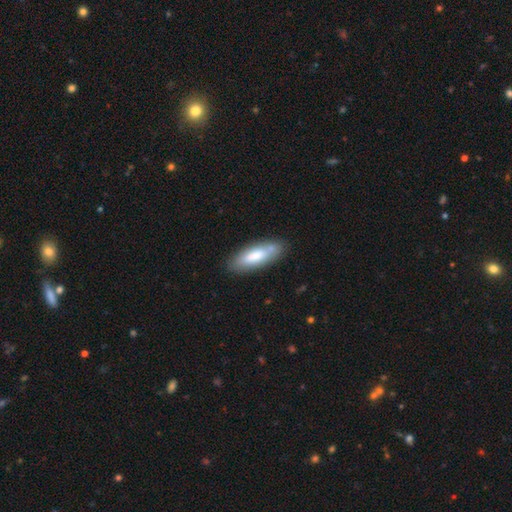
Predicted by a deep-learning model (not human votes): A smooth galaxy with no disk features (77%) that is in between round and cigar-shaped (61%). Merging: none (76%).